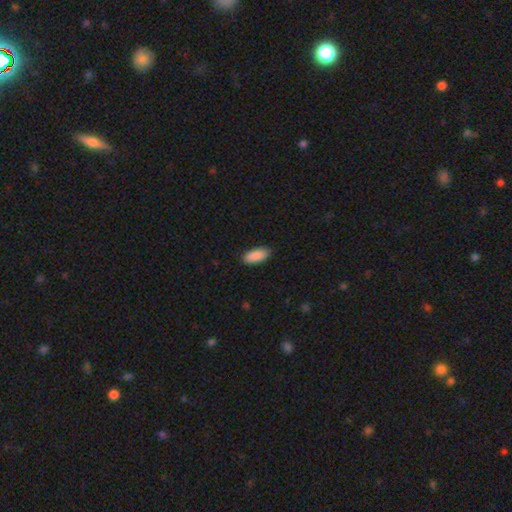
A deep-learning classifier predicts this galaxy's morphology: Smooth or featured? Predicted: smooth (p=0.91). How rounded? Predicted: in between (p=0.86). Merging? Predicted: none (p=0.88).